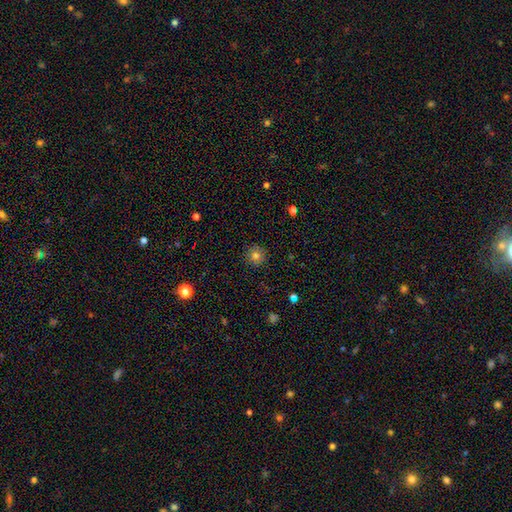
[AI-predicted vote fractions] This appears to be a smooth galaxy with no disk features (78%) that is round (95%). Merging: none (90%).